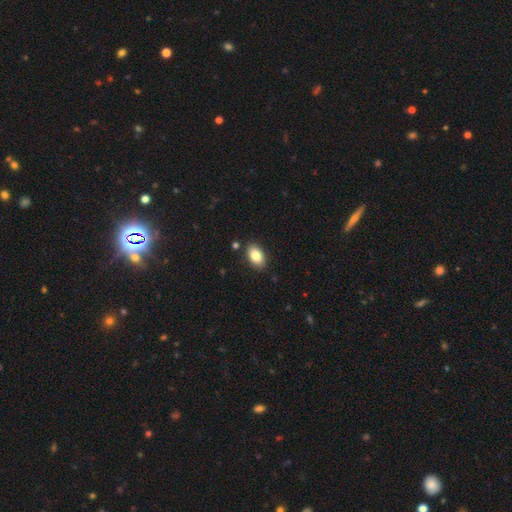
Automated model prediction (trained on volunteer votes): Smooth or featured: smooth — 84% (featured or disk — 9%)
How rounded: in between — 91% (round — 7%)
Merging: none — 87% (minor disturbance — 9%)